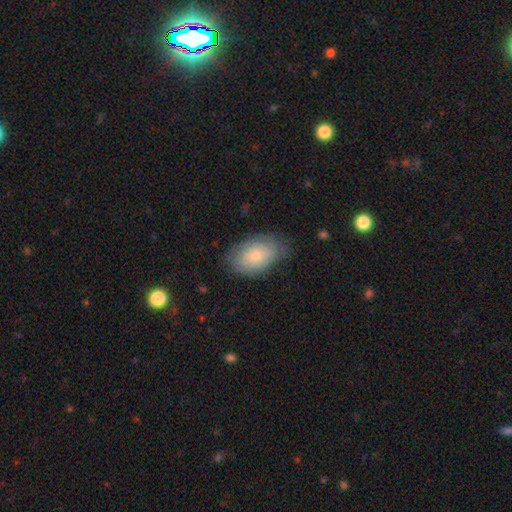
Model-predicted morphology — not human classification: Smooth or featured: smooth — 68% (featured or disk — 24%)
How rounded: in between — 90% (round — 9%)
Merging: none — 70% (minor disturbance — 23%)